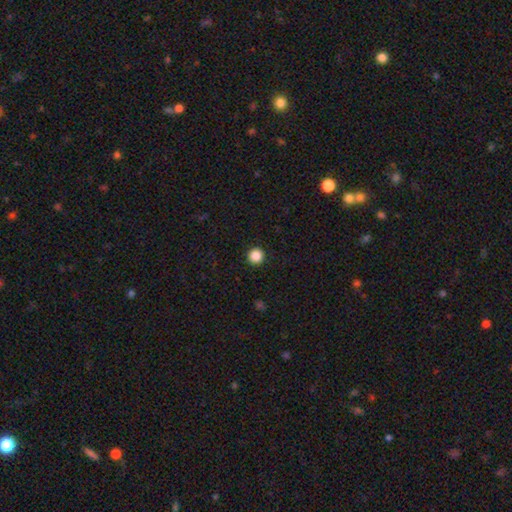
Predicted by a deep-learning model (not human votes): smooth 87%, star or artifact 10%, featured or disk 3%. Down the decision tree: how rounded — round (96%); merging — none (94%).